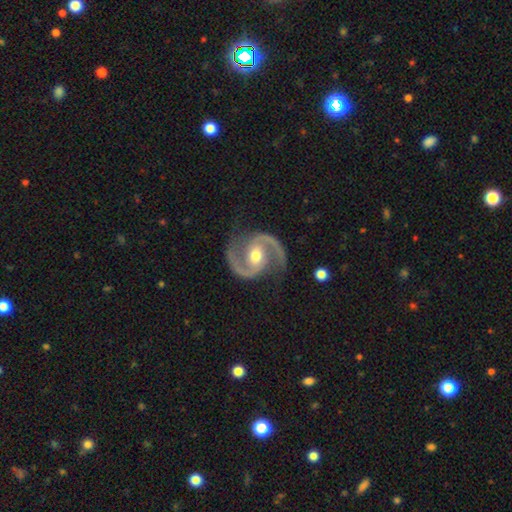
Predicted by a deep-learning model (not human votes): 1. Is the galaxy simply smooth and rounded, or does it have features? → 94% featured or disk, 3% star or artifact, 3% smooth.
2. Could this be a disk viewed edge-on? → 98% no, 2% yes.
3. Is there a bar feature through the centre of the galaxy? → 45% no, 40% weak, 16% strong.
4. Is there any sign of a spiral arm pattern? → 99% yes, 1% no.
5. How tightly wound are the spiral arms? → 66% medium, 19% tight, 15% loose.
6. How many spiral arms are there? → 95% 2, 1% can't tell, 1% 3, 1% 1, 1% 4, 1% more than 4.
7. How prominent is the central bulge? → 75% moderate, 16% small, 6% large, 1% none, 1% dominant.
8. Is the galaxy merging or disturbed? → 82% none, 12% minor disturbance, 4% major disturbance, 1% merger.